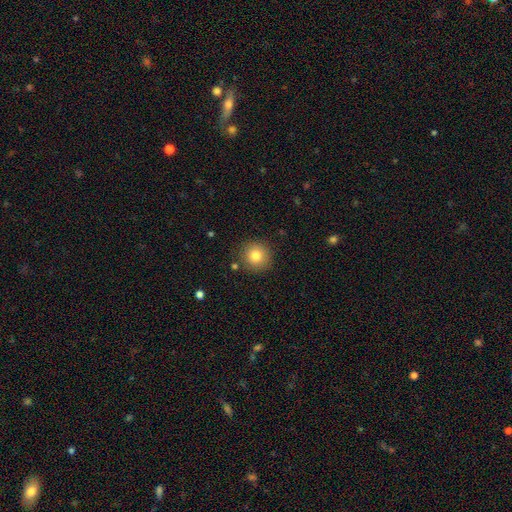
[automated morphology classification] This appears to be a smooth galaxy with no disk features (80%) that is round (94%). Merging: none (88%).